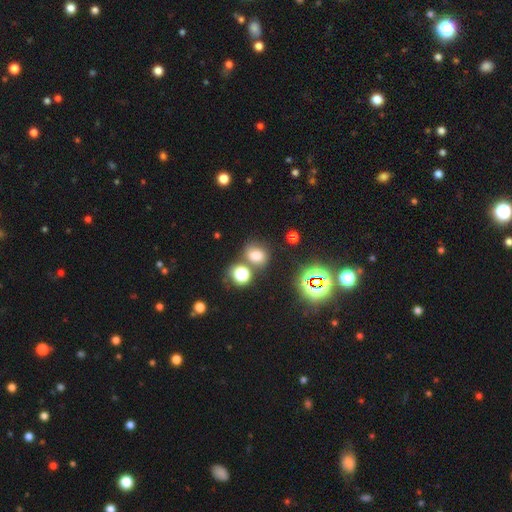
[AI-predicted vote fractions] The model was most divided on "how rounded": round: 53%, in between: 46%, cigar-shaped: 1%. More confident: smooth or featured — smooth (65%); merging — none (63%).